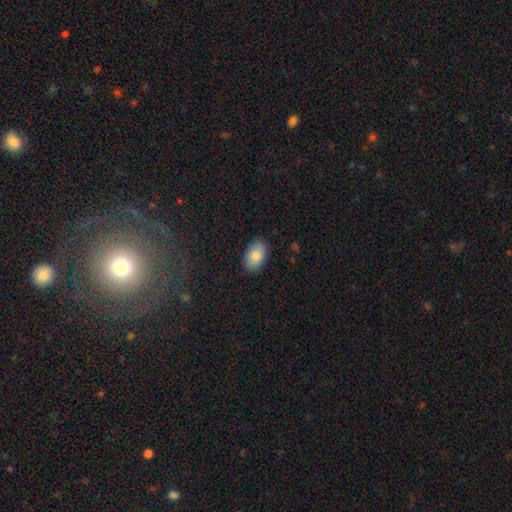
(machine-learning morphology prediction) A smooth galaxy with no disk features (86%) that is in between round and cigar-shaped (93%). Merging: none (88%).